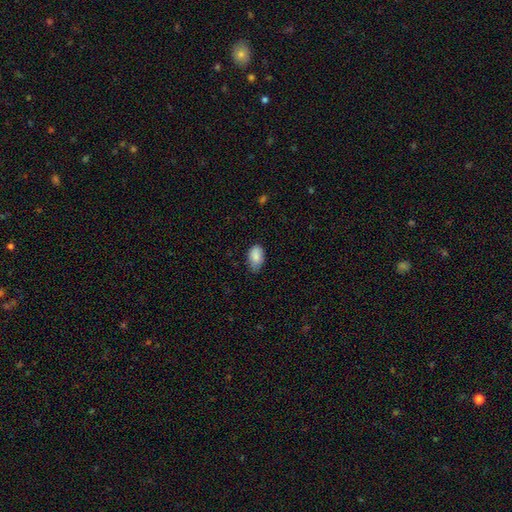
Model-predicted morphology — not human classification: This appears to be a smooth galaxy with no disk features (87%) that is in between round and cigar-shaped (92%). Merging: none (63%).